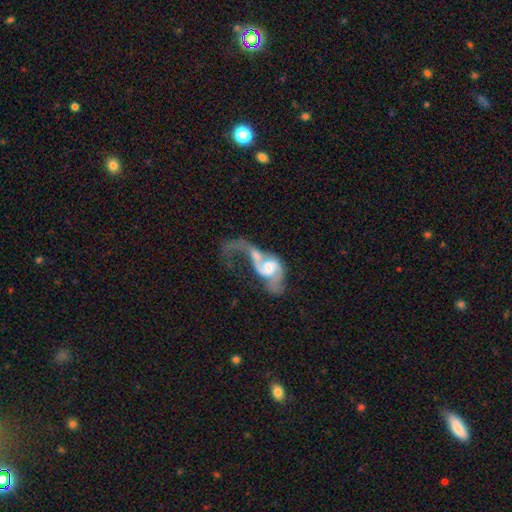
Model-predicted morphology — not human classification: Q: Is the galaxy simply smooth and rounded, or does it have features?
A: featured or disk — 79%.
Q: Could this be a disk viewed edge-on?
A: no — 97%.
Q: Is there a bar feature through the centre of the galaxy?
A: no — 47%.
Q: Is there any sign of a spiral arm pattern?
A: yes — 85%.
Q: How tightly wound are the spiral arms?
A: loose — 64%.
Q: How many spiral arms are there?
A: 2 — 65%.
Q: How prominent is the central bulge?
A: moderate — 42%.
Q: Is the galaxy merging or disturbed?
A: major disturbance — 43%.